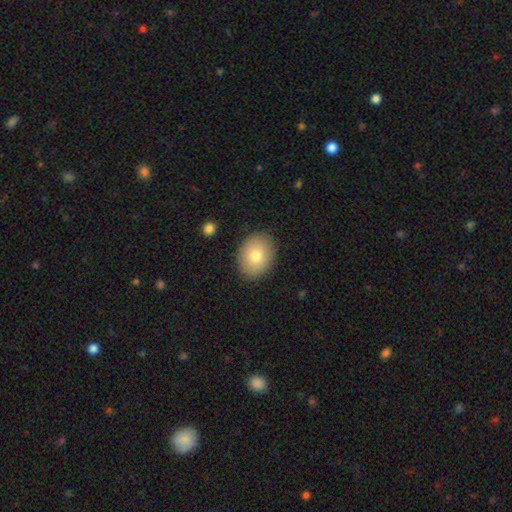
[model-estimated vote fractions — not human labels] This appears to be a smooth galaxy with no disk features (78%) that is in between round and cigar-shaped (60%). Merging: none (88%).